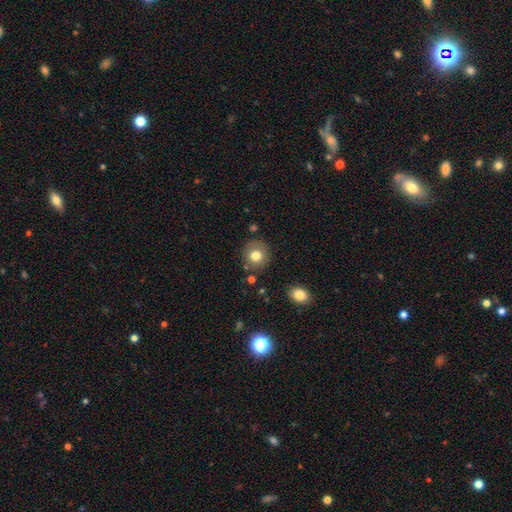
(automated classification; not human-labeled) Morphology: type=smooth (77%); roundness=round (88%); merging=none (82%).